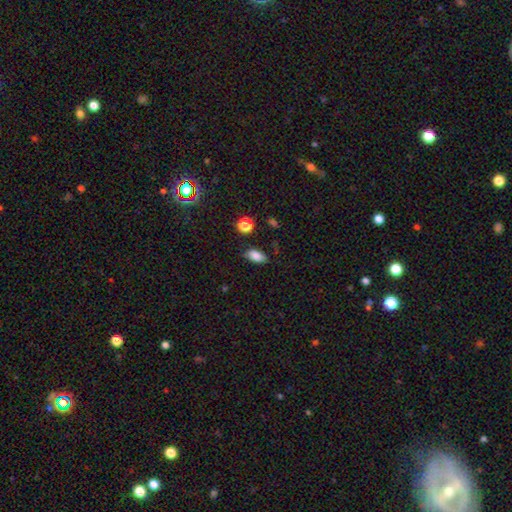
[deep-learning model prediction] This is clearly a smooth galaxy (83%). How rounded: clearly in between (88%). Merging: likely none (78%).